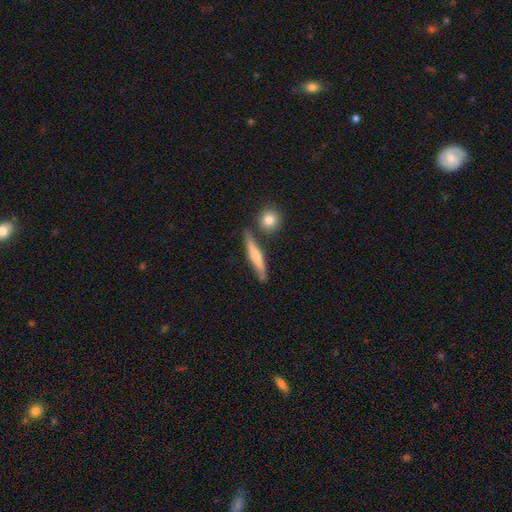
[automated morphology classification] smooth_or_featured: featured or disk (p=0.48) [alt: smooth p=0.46]
merging: none (p=0.77) [alt: minor disturbance p=0.13]